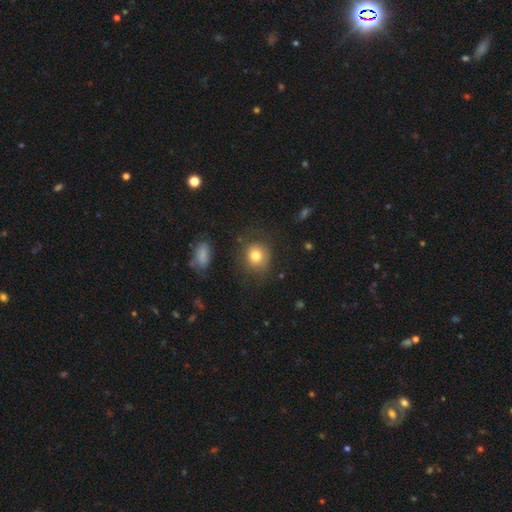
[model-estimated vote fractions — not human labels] The model was most divided on "how rounded": round: 77%, in between: 22%, cigar-shaped: 1%. More confident: smooth or featured — smooth (79%); merging — none (73%).